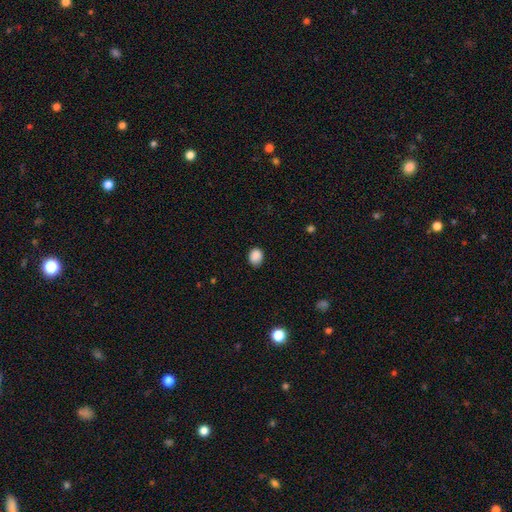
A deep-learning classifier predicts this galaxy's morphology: Smooth or featured? smooth (88%)
How rounded? in between (51%)
Merging? none (79%)